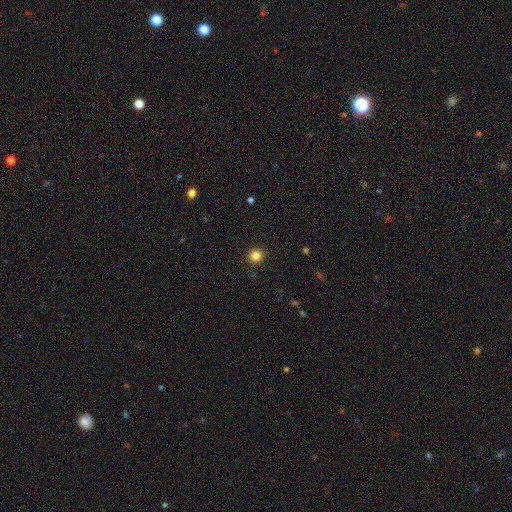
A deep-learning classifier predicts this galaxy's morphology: Overall: smooth (83%). How rounded: round (92%). Merging: none (92%).